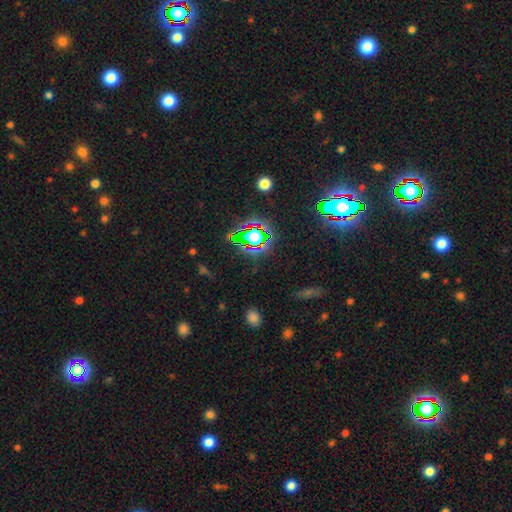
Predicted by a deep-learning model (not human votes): smooth_or_featured: star or artifact (p=0.77) [alt: smooth p=0.14]